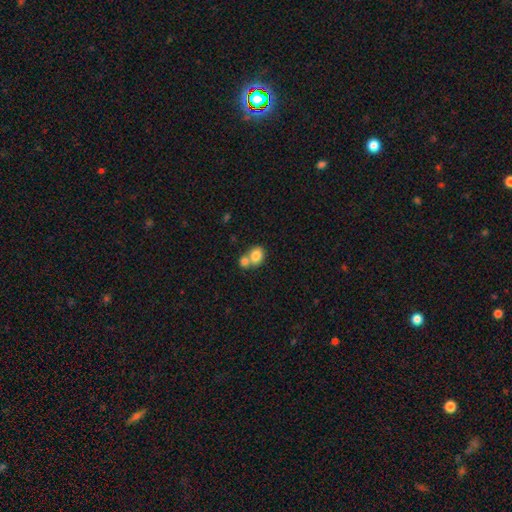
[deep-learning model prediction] smooth_or_featured: smooth (p=0.82) [alt: featured or disk p=0.10]
how_rounded: in between (p=0.52) [alt: round p=0.47]
merging: merger (p=0.56) [alt: none p=0.34]